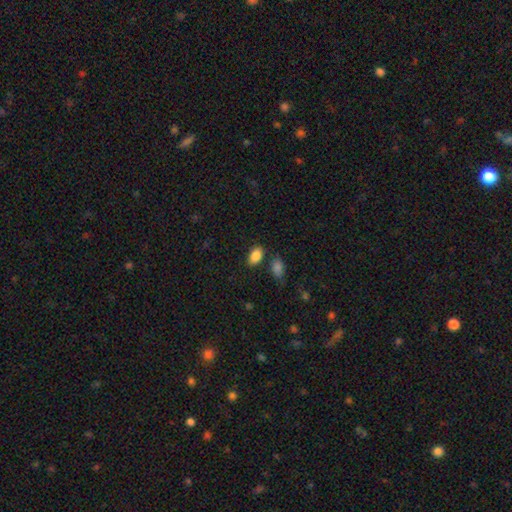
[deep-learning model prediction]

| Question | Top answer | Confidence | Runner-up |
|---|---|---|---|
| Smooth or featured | smooth | 87% | star or artifact (8%) |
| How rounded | in between | 90% | round (9%) |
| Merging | none | 78% | minor disturbance (12%) |